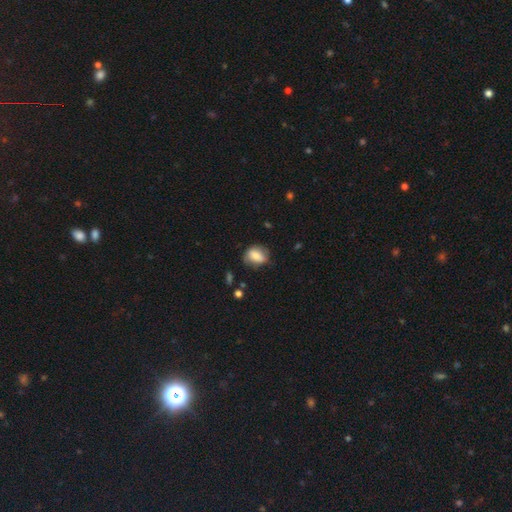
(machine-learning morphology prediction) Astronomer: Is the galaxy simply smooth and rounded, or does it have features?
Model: smooth — 74%.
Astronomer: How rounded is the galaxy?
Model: in between — 59% (runner-up: round, 39%).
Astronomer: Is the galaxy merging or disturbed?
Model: none — 62%.